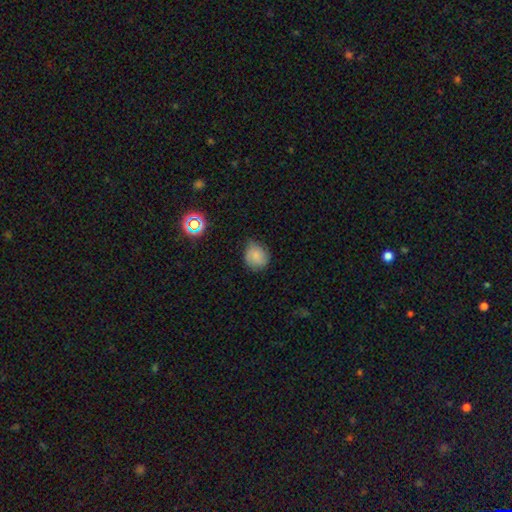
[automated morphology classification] The model was most divided on "merging": none: 65%, minor disturbance: 29%, major disturbance: 5%, merger: 1%. More confident: smooth or featured — smooth (81%); how rounded — round (74%).